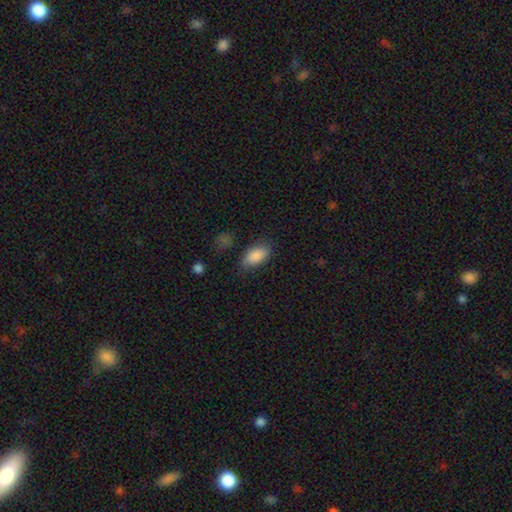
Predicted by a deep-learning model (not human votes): smooth 87%, star or artifact 7%, featured or disk 5%. Down the decision tree: how rounded — in between (92%); merging — none (77%).